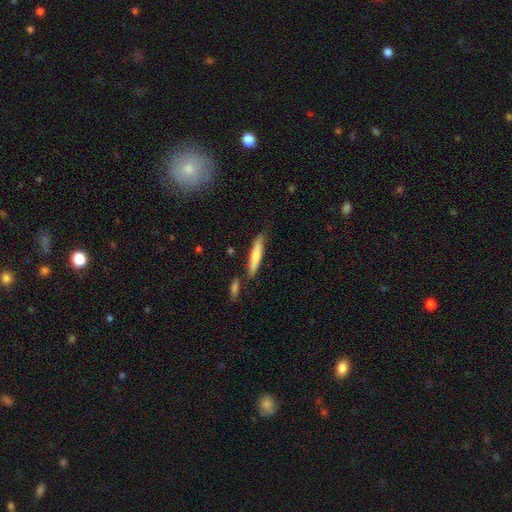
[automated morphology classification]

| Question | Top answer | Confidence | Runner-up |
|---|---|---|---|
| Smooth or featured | smooth | 70% | featured or disk (25%) |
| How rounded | cigar-shaped | 87% | in between (11%) |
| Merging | none | 75% | minor disturbance (13%) |